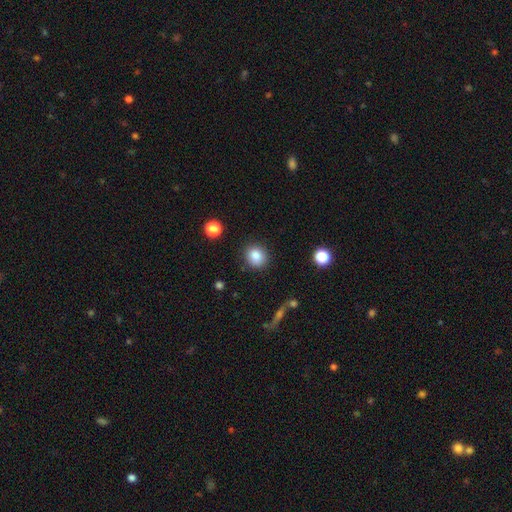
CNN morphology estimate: Smooth or featured?
  - smooth: 86% *
  - star or artifact: 9%
  - featured or disk: 5%
How rounded?
  - round: 75% *
  - in between: 24%
  - cigar-shaped: 1%
Merging?
  - none: 87% *
  - minor disturbance: 9%
  - major disturbance: 3%
  - merger: 2%